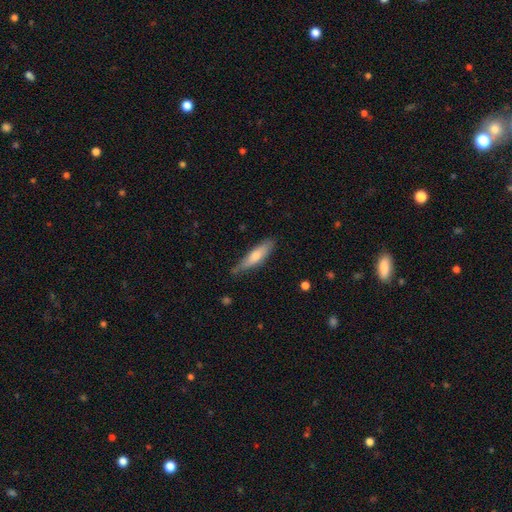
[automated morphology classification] This is likely a smooth galaxy (63%). How rounded: likely cigar-shaped (72%). Merging: likely none (64%).